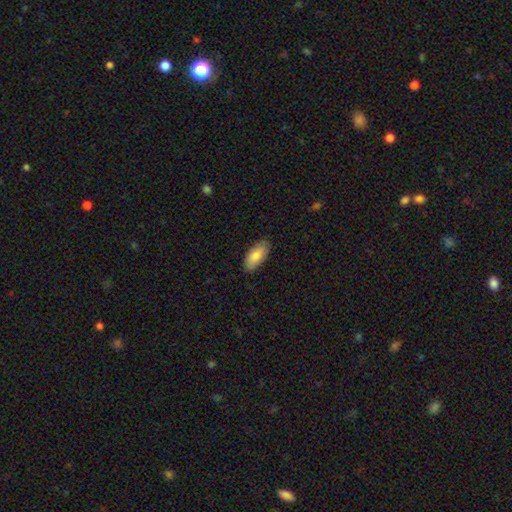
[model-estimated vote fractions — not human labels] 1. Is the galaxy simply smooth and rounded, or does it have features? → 84% smooth, 11% featured or disk, 6% star or artifact.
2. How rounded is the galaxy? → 90% in between, 8% cigar-shaped, 2% round.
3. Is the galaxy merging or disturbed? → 86% none, 11% minor disturbance, 2% major disturbance, 1% merger.